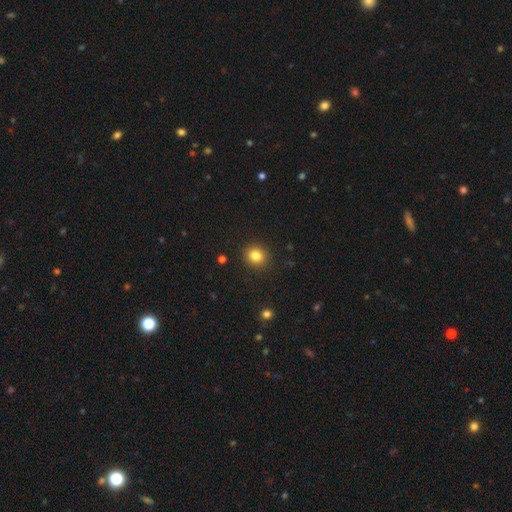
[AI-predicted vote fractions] Smooth or featured?
  - smooth: 82% *
  - star or artifact: 12%
  - featured or disk: 6%
How rounded?
  - round: 79% *
  - in between: 20%
  - cigar-shaped: 1%
Merging?
  - none: 91% *
  - minor disturbance: 6%
  - major disturbance: 2%
  - merger: 1%